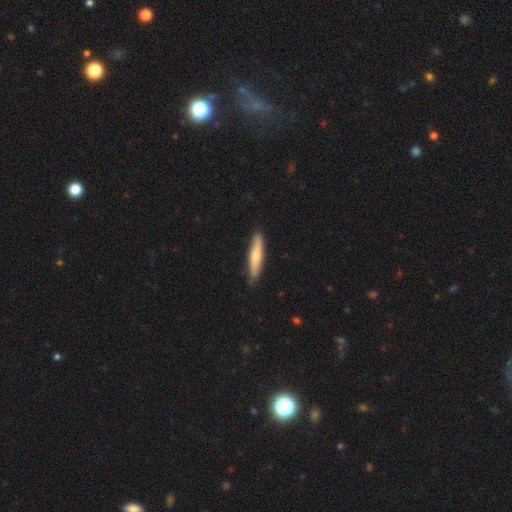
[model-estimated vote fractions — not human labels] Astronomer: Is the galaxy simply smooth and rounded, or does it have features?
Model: smooth — 63%.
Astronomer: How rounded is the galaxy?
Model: cigar-shaped — 86%.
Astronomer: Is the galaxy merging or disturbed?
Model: none — 87%.